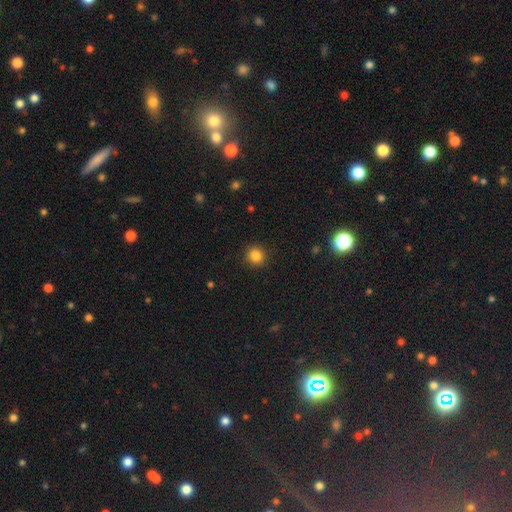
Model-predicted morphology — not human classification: smooth_or_featured: smooth (p=0.84) [alt: star or artifact p=0.11]
how_rounded: round (p=0.91) [alt: in between p=0.08]
merging: none (p=0.91) [alt: minor disturbance p=0.06]